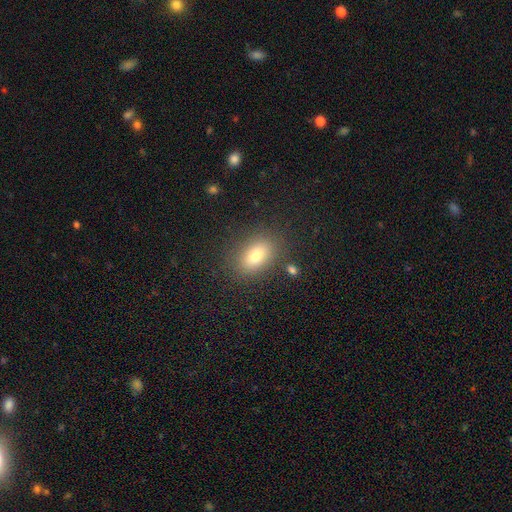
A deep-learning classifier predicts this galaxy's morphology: type=smooth (77%); roundness=in between (82%); merging=none (83%).